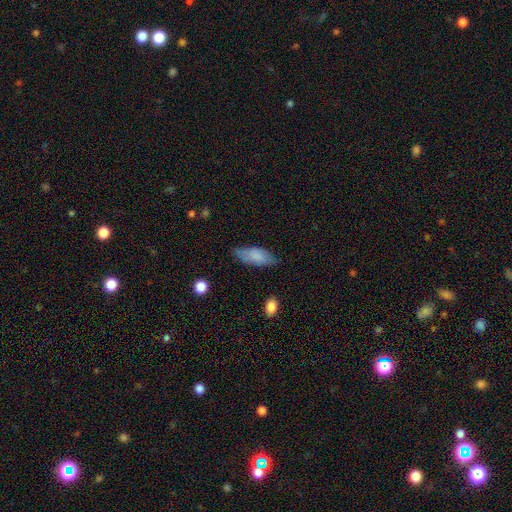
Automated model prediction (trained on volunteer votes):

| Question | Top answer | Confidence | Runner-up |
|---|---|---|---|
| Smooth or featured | smooth | 76% | featured or disk (17%) |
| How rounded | in between | 81% | cigar-shaped (17%) |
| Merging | none | 66% | minor disturbance (25%) |